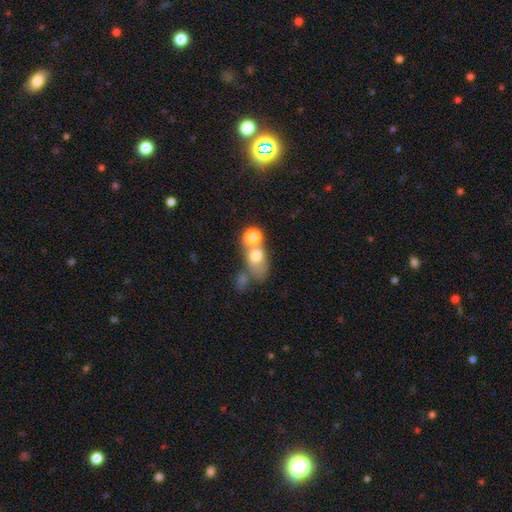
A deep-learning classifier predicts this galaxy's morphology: A smooth galaxy with no disk features (66%) that is in between round and cigar-shaped (55%).

Vote fractions:
- Smooth or featured? smooth: 66% / featured or disk: 21% / star or artifact: 12%
- How rounded? in between: 55% / round: 43% / cigar-shaped: 3%
- Merging? merger: 57% / none: 25% / minor disturbance: 9% / major disturbance: 9%